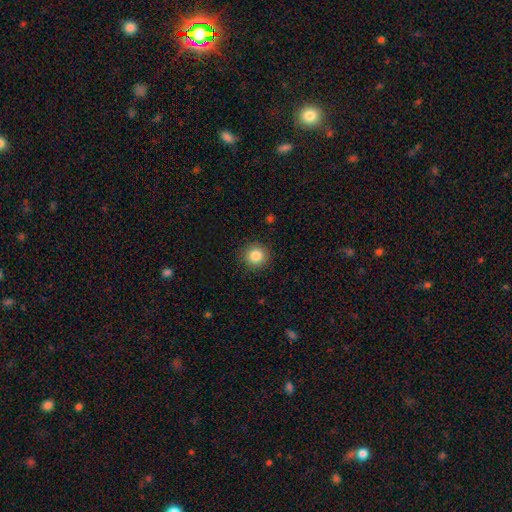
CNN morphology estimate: Smooth or featured: smooth — 85% (star or artifact — 10%)
How rounded: round — 93% (in between — 6%)
Merging: none — 90% (minor disturbance — 7%)